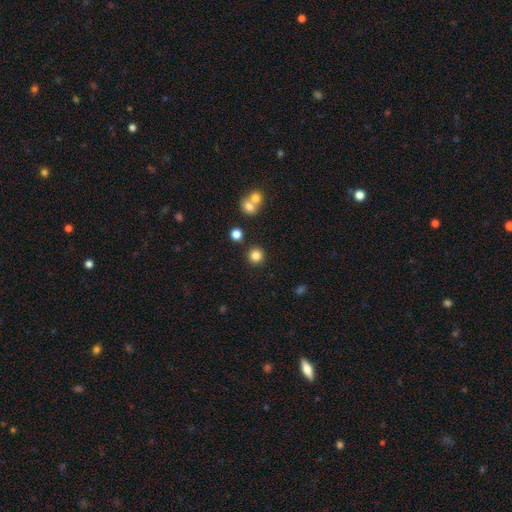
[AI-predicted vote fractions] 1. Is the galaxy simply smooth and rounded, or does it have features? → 82% smooth, 12% star or artifact, 5% featured or disk.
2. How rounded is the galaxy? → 94% round, 5% in between, 1% cigar-shaped.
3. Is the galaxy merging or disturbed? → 88% none, 6% minor disturbance, 5% merger, 2% major disturbance.